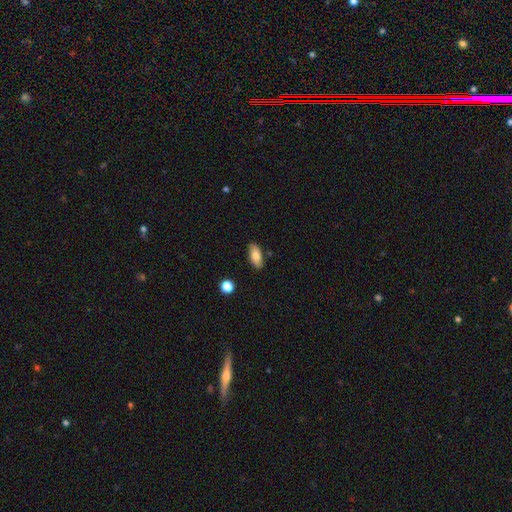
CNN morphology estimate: The model was most divided on "smooth or featured": smooth: 80%, featured or disk: 13%, star or artifact: 7%. More confident: how rounded — in between (88%); merging — none (84%).